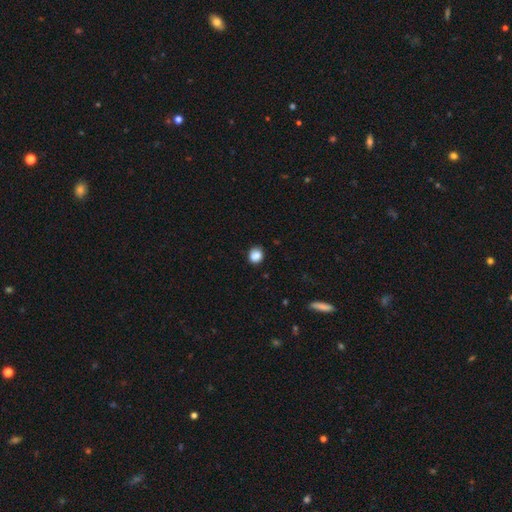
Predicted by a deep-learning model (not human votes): Q: Smooth or featured?
A: smooth (87%); runner-up: star or artifact (10%)
Q: How rounded?
A: round (80%); runner-up: in between (19%)
Q: Merging?
A: none (85%); runner-up: minor disturbance (11%)